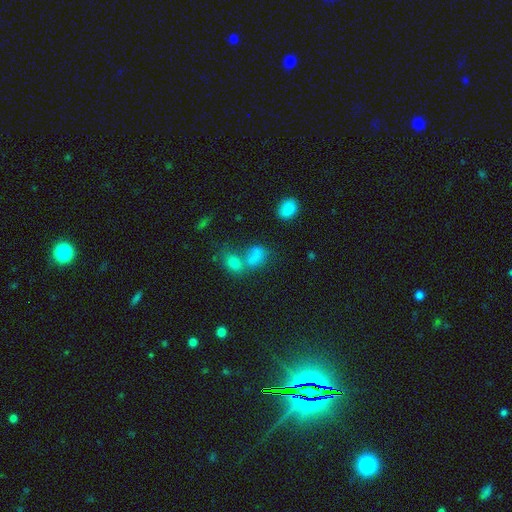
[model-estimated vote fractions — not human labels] smooth-or-featured: smooth: 74% | star or artifact: 16% | featured or disk: 10%
  how-rounded: in between: 74% | round: 23% | cigar-shaped: 3%
  merging: merger: 49% | none: 30% | minor disturbance: 11% | major disturbance: 9%